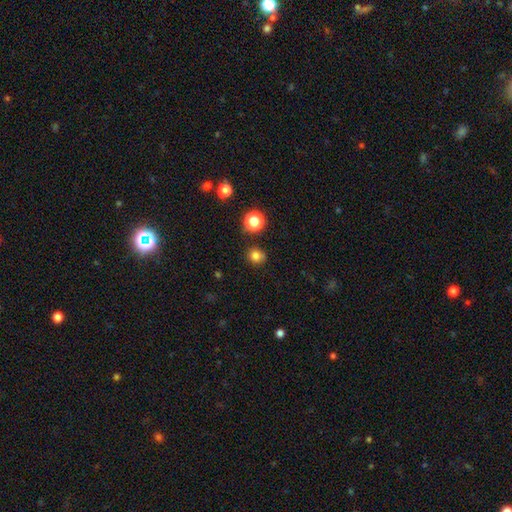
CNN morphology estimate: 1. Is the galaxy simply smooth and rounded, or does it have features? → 79% smooth, 16% star or artifact, 5% featured or disk.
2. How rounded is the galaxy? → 86% round, 13% in between, 1% cigar-shaped.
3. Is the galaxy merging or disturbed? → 79% none, 11% minor disturbance, 6% merger, 3% major disturbance.